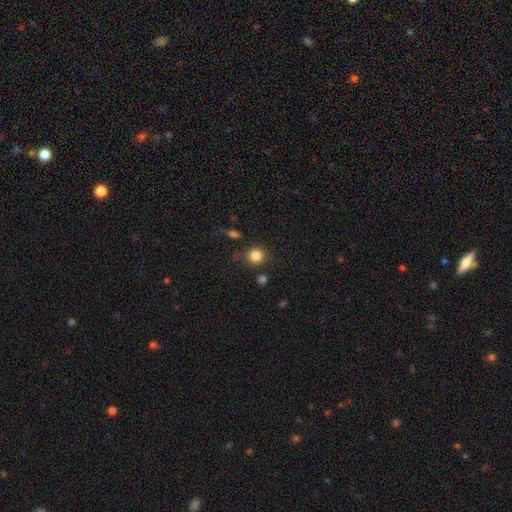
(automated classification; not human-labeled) Smooth or featured: smooth — 84% (star or artifact — 11%)
How rounded: round — 91% (in between — 8%)
Merging: none — 84% (minor disturbance — 9%)